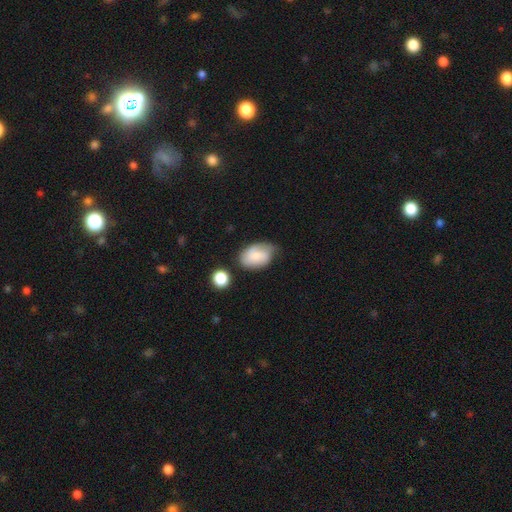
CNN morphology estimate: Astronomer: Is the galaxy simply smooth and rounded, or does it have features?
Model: smooth — 67%.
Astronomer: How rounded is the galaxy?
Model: in between — 86%.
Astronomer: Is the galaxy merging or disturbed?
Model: none — 51% (runner-up: minor disturbance, 34%).